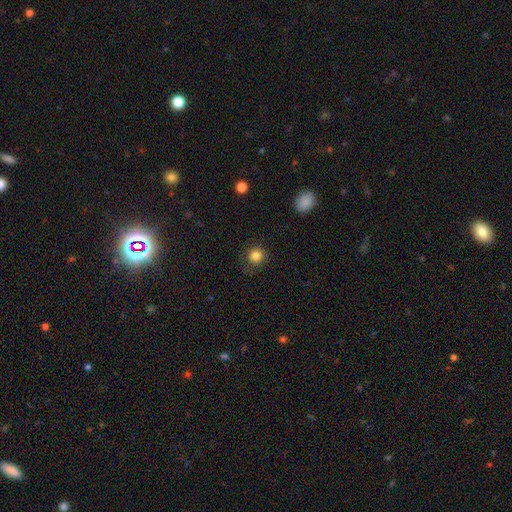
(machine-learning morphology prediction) A smooth galaxy with no disk features (85%) that is round (93%).

Vote fractions:
- Smooth or featured? smooth: 85% / star or artifact: 11% / featured or disk: 4%
- How rounded? round: 93% / in between: 6% / cigar-shaped: 1%
- Merging? none: 87% / minor disturbance: 9% / major disturbance: 3% / merger: 1%